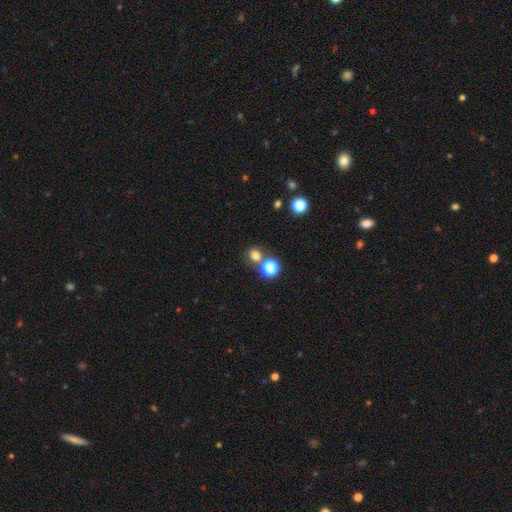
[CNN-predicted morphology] smooth-or-featured: smooth: 74% | star or artifact: 20% | featured or disk: 7%
  how-rounded: round: 79% | in between: 20% | cigar-shaped: 1%
  merging: none: 68% | merger: 20% | minor disturbance: 9% | major disturbance: 4%